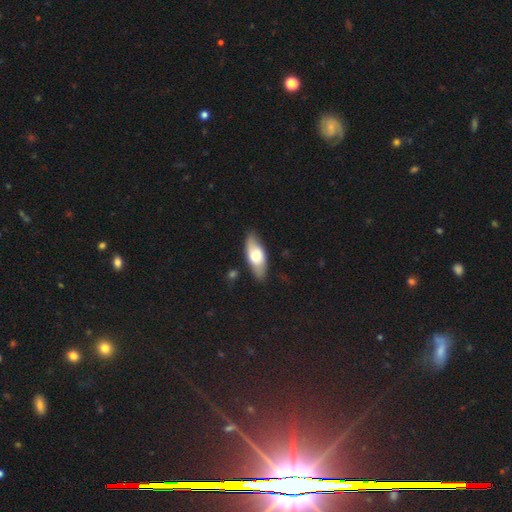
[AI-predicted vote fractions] Morphology: type=smooth (62%); roundness=in between (77%); merging=none (79%).